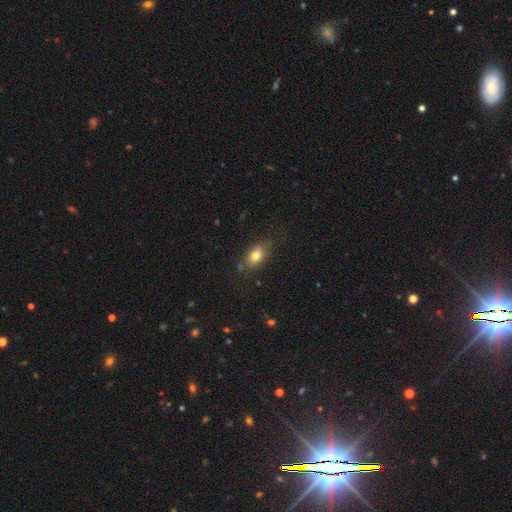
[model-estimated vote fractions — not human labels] This appears to be a smooth galaxy with no disk features (78%) that is in between round and cigar-shaped (82%). Merging: none (75%).